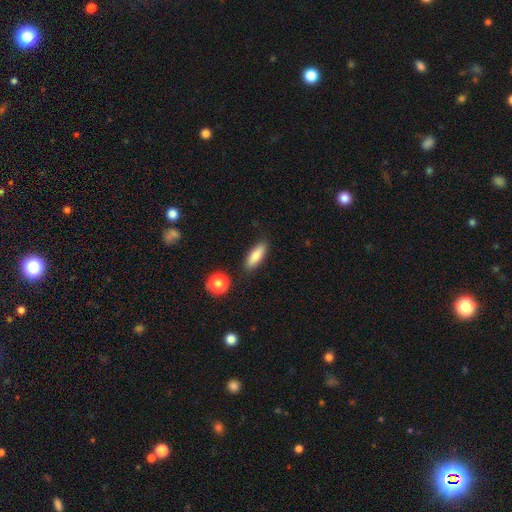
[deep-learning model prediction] This appears to be a smooth galaxy with no disk features (83%) that is in between round and cigar-shaped (65%). Merging: none (84%).